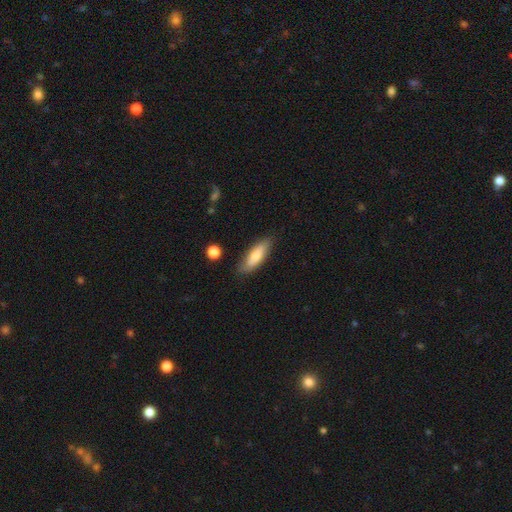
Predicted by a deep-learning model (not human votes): Morphology: type=smooth (72%); roundness=in between (51%); merging=none (82%).